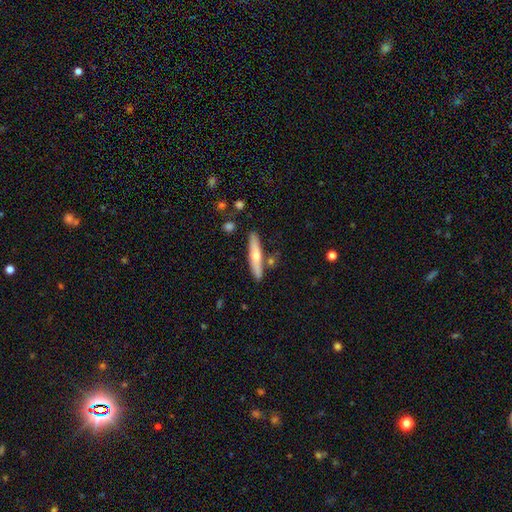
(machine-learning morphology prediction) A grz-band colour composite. It shows a smooth galaxy with no disk features (50%) that is cigar-shaped (87%). Merging: none (82%).